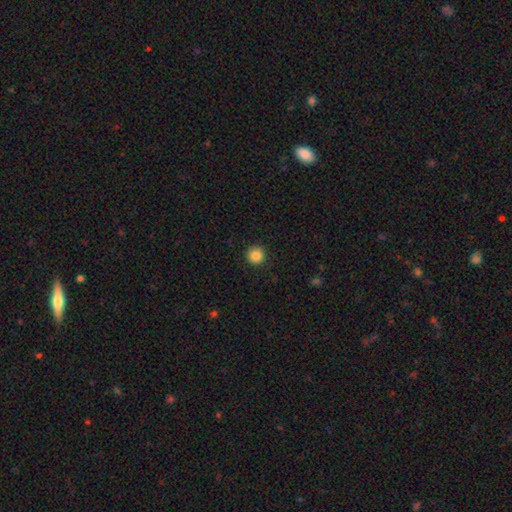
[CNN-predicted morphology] The model was most divided on "smooth or featured": smooth: 86%, star or artifact: 10%, featured or disk: 4%. More confident: how rounded — round (96%); merging — none (92%).